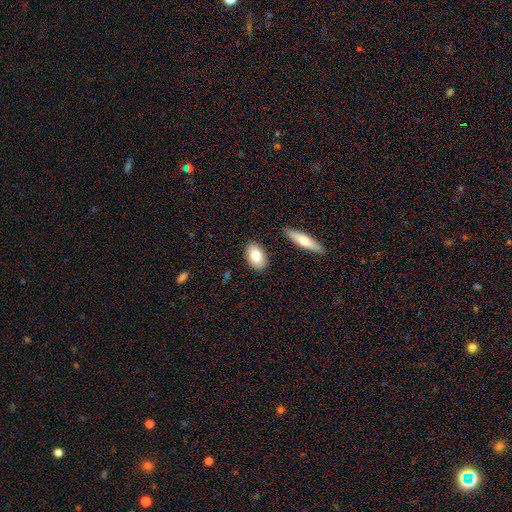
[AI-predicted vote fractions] Overall: smooth (77%). How rounded: in between (89%). Merging: none (86%).